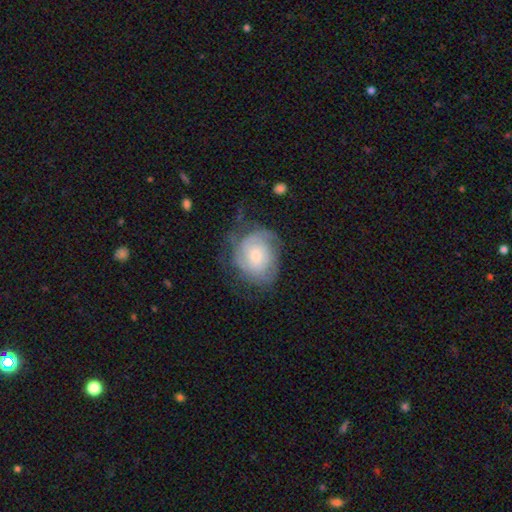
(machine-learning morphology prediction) Smooth or featured?
  - featured or disk: 67% *
  - smooth: 26%
  - star or artifact: 7%
Edge-on disk?
  - no: 97% *
  - yes: 3%
Bar?
  - no: 75% *
  - weak: 22%
  - strong: 3%
Spiral arms?
  - yes: 88% *
  - no: 12%
Spiral winding?
  - tight: 63% *
  - medium: 28%
  - loose: 10%
Spiral arm count?
  - can't tell: 42% *
  - 2: 26%
  - 3: 16%
  - 4: 6%
  - 1: 6%
  - more than 4: 4%
Bulge size?
  - small: 60% *
  - moderate: 33%
  - large: 4%
  - none: 2%
  - dominant: 1%
Merging?
  - none: 56% *
  - minor disturbance: 24%
  - major disturbance: 18%
  - merger: 2%